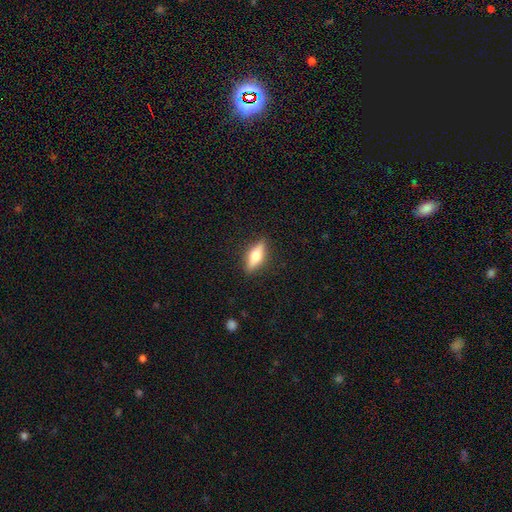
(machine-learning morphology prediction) Q: Smooth or featured?
A: smooth (54%); runner-up: featured or disk (40%)
Q: How rounded?
A: in between (53%); runner-up: cigar-shaped (43%)
Q: Merging?
A: none (88%); runner-up: minor disturbance (9%)